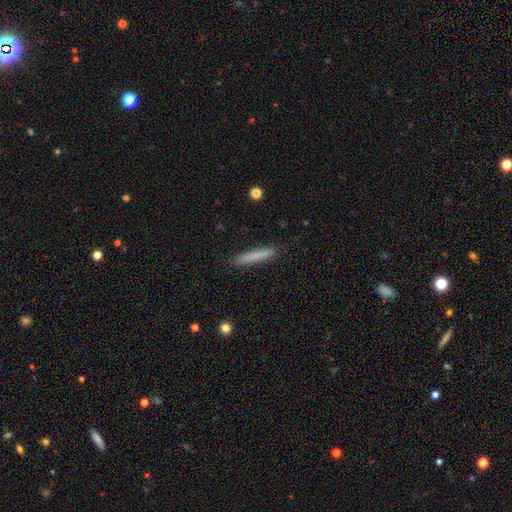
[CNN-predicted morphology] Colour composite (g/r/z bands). It shows a smooth galaxy with no disk features (78%) that is cigar-shaped (95%). Merging: none (88%).